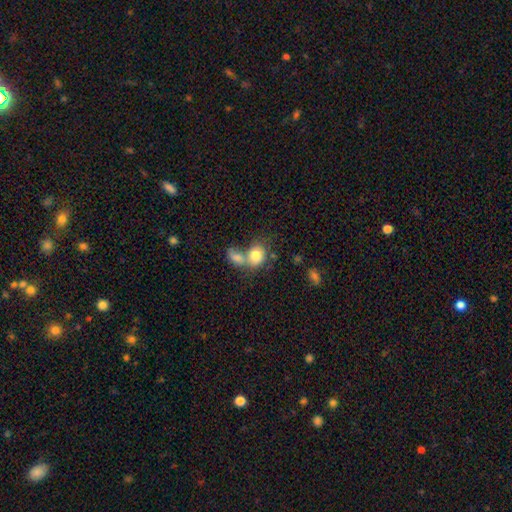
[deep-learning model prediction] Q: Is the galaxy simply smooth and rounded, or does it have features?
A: smooth — 79%.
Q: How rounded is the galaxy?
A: in between — 51%.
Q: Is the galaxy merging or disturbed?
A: merger — 56%.